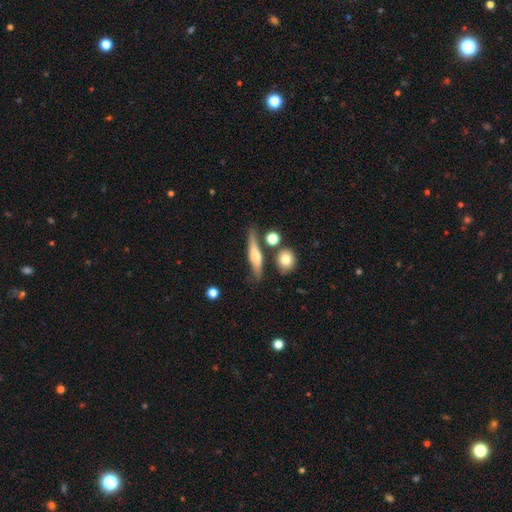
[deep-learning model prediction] Smooth or featured? Predicted: featured or disk (p=0.51). Edge-on disk? Predicted: yes (p=0.89). Merging? Predicted: none (p=0.71).